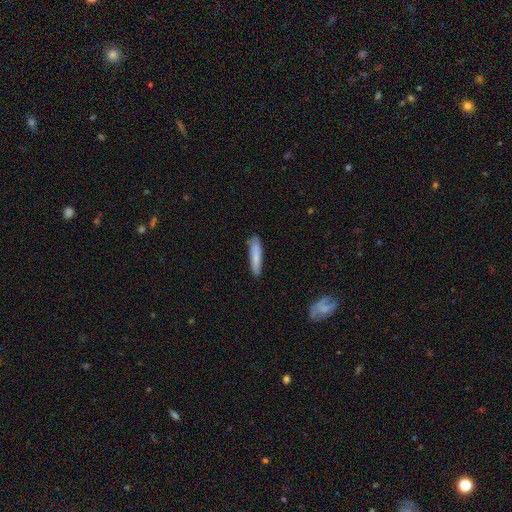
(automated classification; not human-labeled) This is likely a smooth galaxy (78%). How rounded: clearly cigar-shaped (88%). Merging: clearly none (84%).